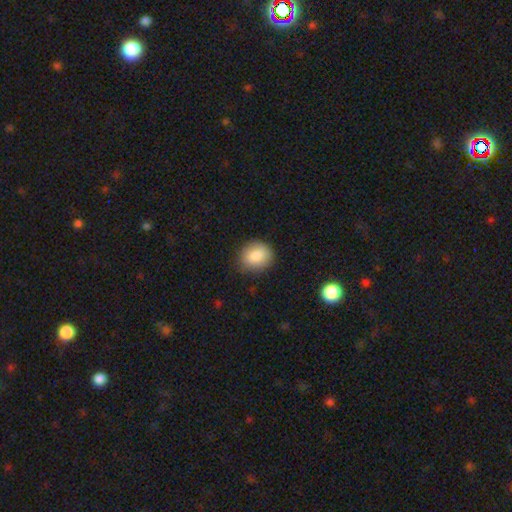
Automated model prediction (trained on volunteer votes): Smooth or featured? smooth (86%)
How rounded? round (66%)
Merging? none (84%)